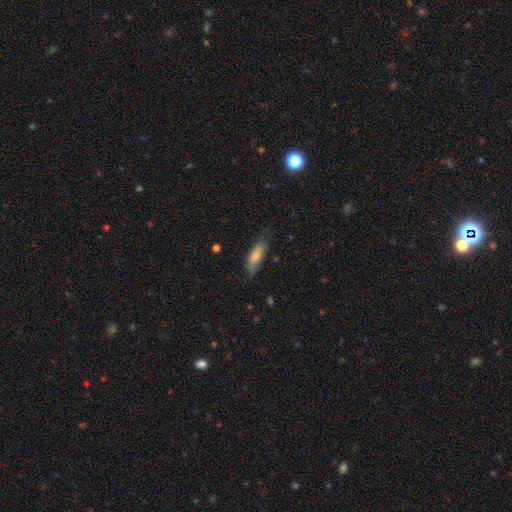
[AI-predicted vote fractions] Q: Smooth or featured?
A: smooth (75%); runner-up: featured or disk (19%)
Q: How rounded?
A: in between (60%); runner-up: cigar-shaped (38%)
Q: Merging?
A: none (65%); runner-up: minor disturbance (27%)